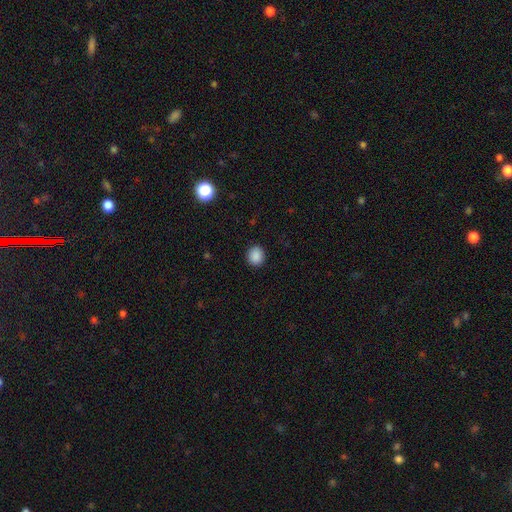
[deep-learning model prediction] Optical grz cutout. It shows a smooth galaxy with no disk features (88%) that is round (80%). Merging: none (90%).